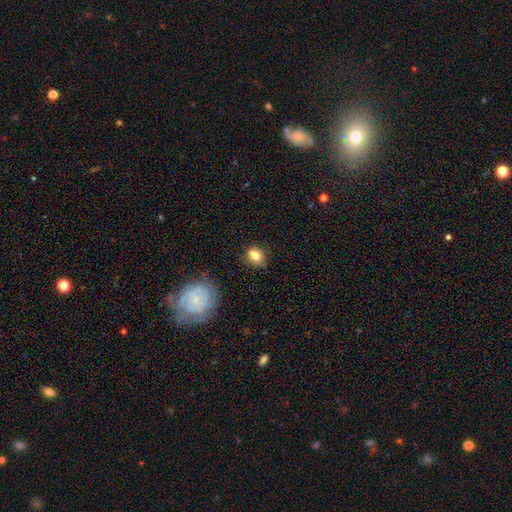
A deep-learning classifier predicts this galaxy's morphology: Overall: smooth (79%). How rounded: round (61%; in between 37%). Merging: none (73%).